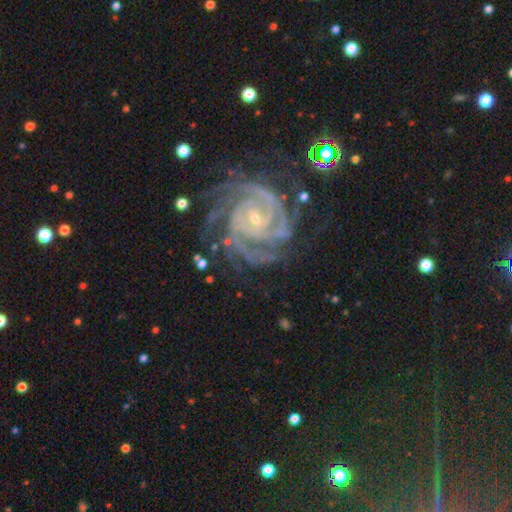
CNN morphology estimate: Overall: featured or disk (91%). Edge-on disk: no (98%). Bar: no (54%; weak 30%). Spiral arms: yes (99%). Spiral arm count: 3 (26%; 4 24%). Spiral winding: tight (77%). Bulge size: small (78%). Merging: none (71%).